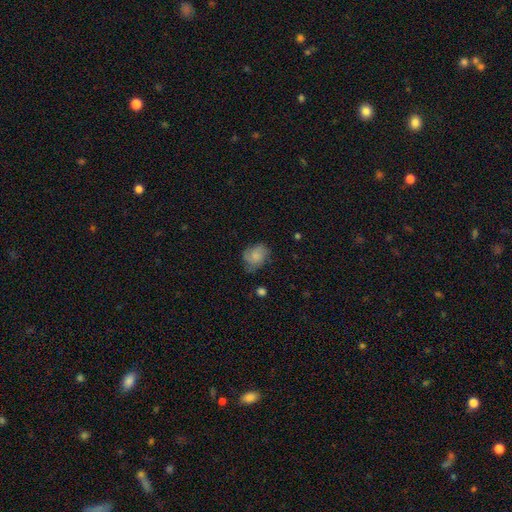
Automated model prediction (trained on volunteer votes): The model was most divided on "how rounded": in between: 53%, round: 46%, cigar-shaped: 1%. More confident: smooth or featured — smooth (64%); merging — none (61%).